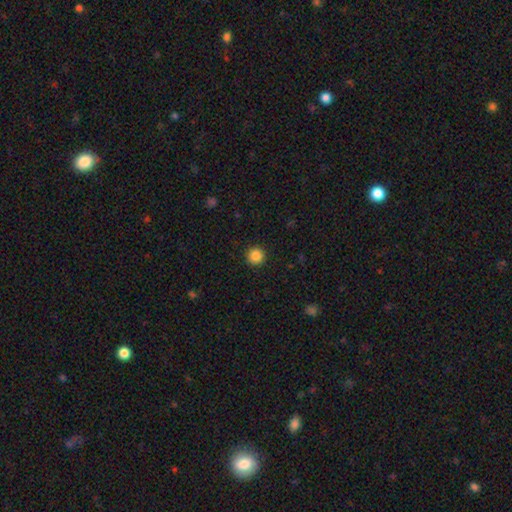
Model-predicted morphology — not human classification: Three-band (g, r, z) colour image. It shows a smooth galaxy with no disk features (86%) that is round (95%). Merging: none (92%).